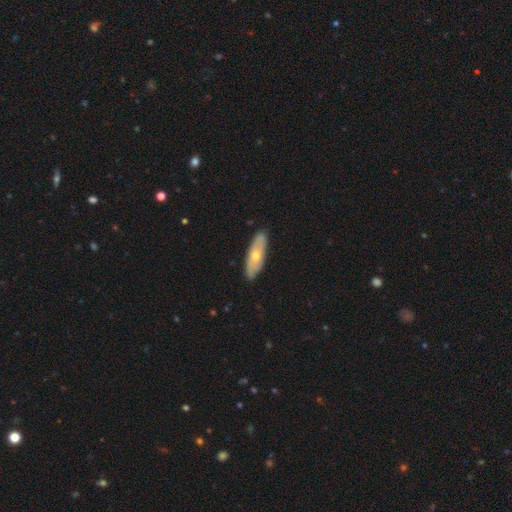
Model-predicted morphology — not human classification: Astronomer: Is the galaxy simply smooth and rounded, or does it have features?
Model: smooth — 54% (runner-up: featured or disk, 41%).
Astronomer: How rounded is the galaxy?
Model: in between — 56% (runner-up: cigar-shaped, 42%).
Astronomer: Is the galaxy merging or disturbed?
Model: none — 87%.